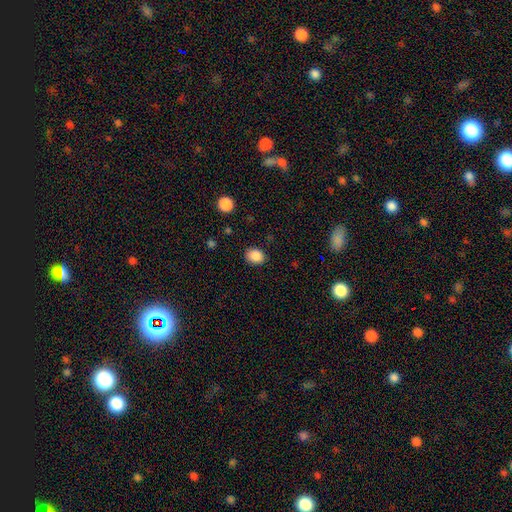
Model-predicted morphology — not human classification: Smooth or featured: smooth — 87% (star or artifact — 9%)
How rounded: in between — 55% (round — 44%)
Merging: none — 86% (minor disturbance — 10%)